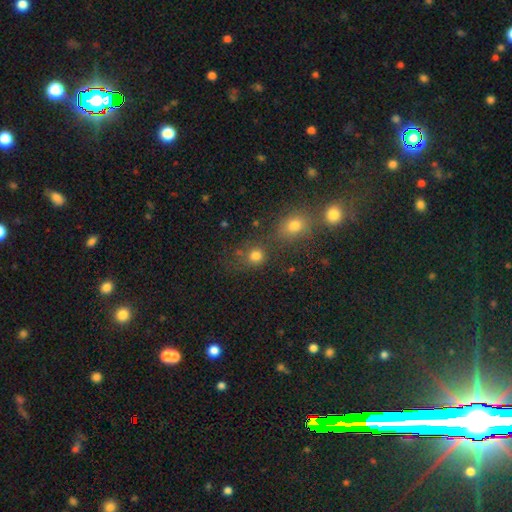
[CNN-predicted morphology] Smooth or featured: smooth — 78% (star or artifact — 16%)
How rounded: round — 83% (in between — 16%)
Merging: none — 63% (merger — 20%)